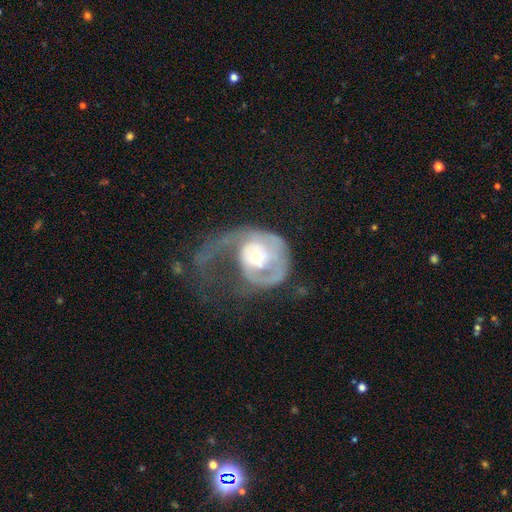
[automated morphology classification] This appears to be a featured or disk galaxy (74%) with no bar (74%), 1 (51%) tight (35%) spiral arms (76%) and a moderate central bulge (61%). Merging: major disturbance (66%).